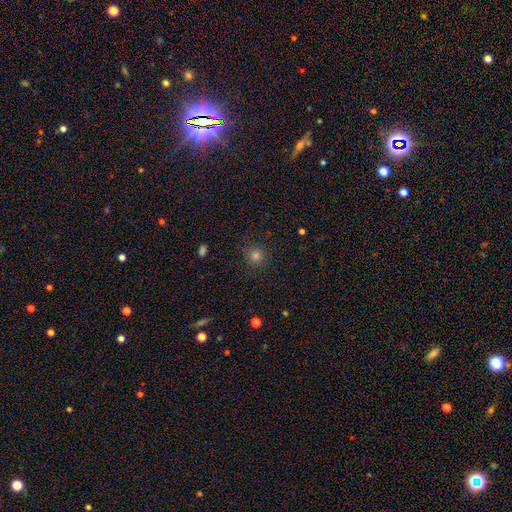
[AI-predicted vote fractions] A smooth galaxy with no disk features (74%) that is round (95%). Merging: none (89%).